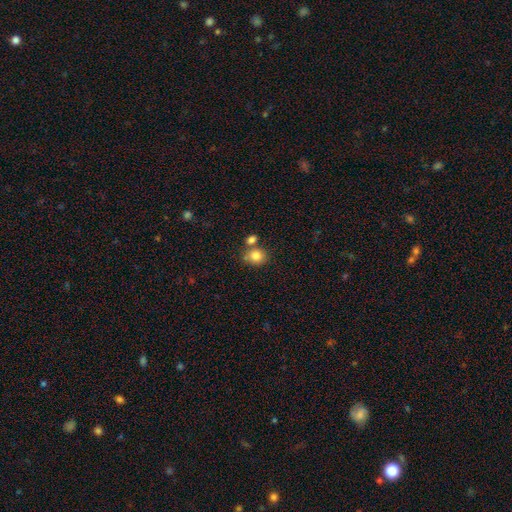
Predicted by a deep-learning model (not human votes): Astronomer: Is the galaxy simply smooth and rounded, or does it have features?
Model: smooth — 82%.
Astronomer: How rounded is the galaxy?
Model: round — 66%.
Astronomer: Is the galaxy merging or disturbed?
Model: none — 62%.